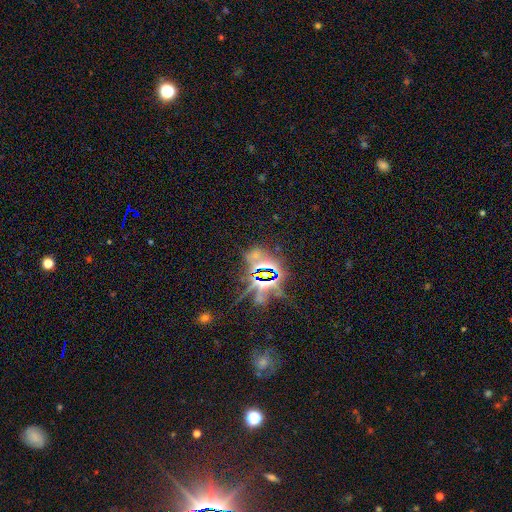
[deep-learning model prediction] A star or artifact, not a galaxy (80%).

Vote fractions:
- Smooth or featured? star or artifact: 80% / smooth: 10% / featured or disk: 9%